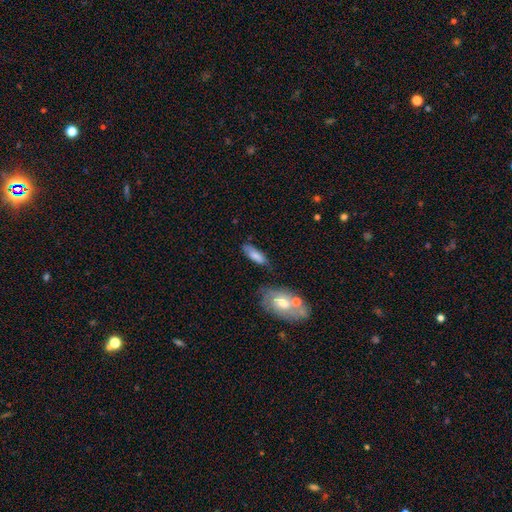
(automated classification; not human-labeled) Morphology: type=smooth (78%); roundness=in between (61%); merging=none (63%).